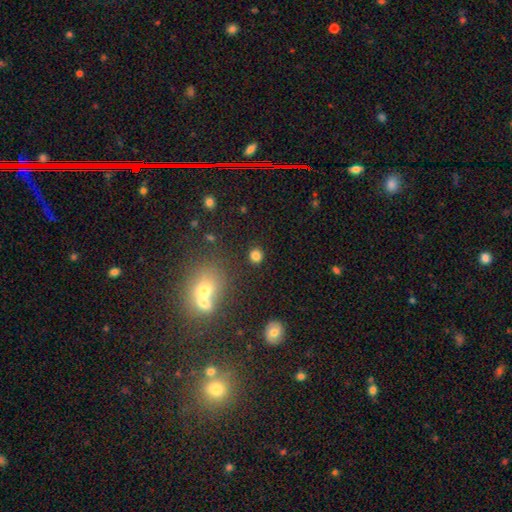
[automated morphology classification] Q: Smooth or featured?
A: smooth (81%); runner-up: star or artifact (14%)
Q: How rounded?
A: round (84%); runner-up: in between (15%)
Q: Merging?
A: none (86%); runner-up: minor disturbance (7%)